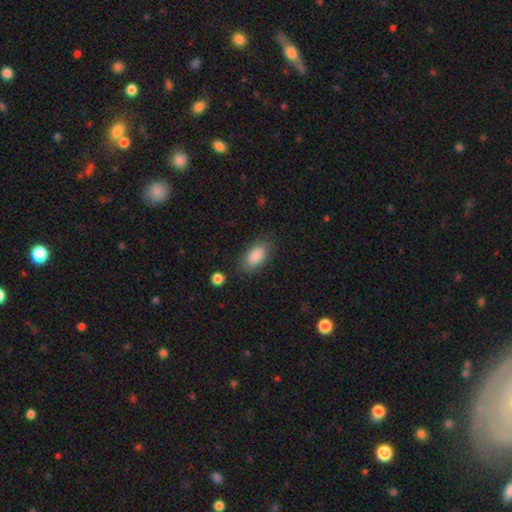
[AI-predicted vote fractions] Smooth or featured? smooth (88%)
How rounded? in between (92%)
Merging? none (82%)